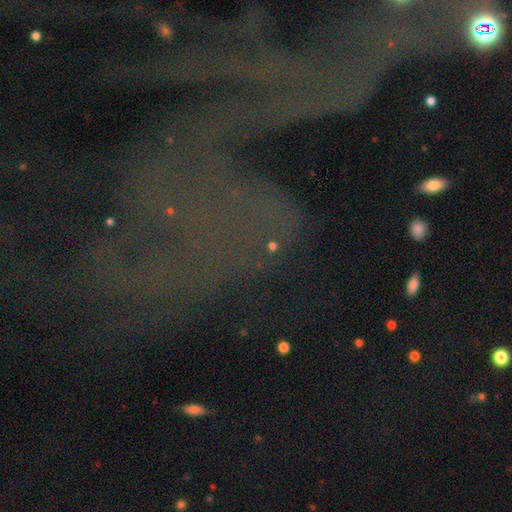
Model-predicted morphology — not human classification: A star or artifact, not a galaxy (55%).